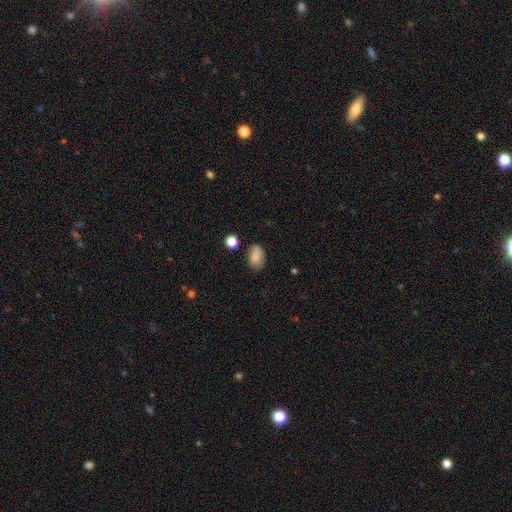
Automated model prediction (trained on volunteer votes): smooth 82%, star or artifact 9%, featured or disk 9%. Down the decision tree: how rounded — in between (85%); merging — none (70%).